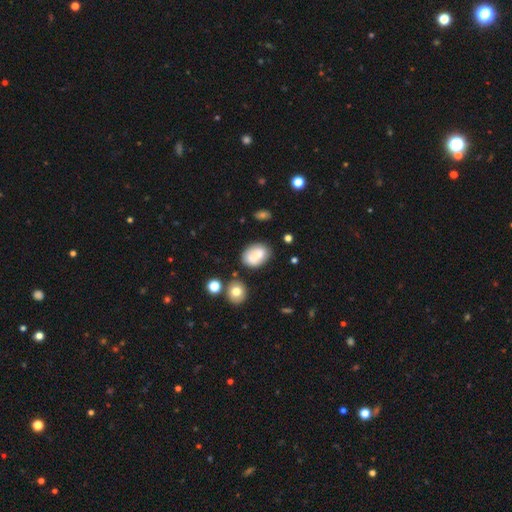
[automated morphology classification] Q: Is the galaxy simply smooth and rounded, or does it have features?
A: smooth — 68%.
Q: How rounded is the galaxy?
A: in between — 75%.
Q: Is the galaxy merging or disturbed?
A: none — 61%.